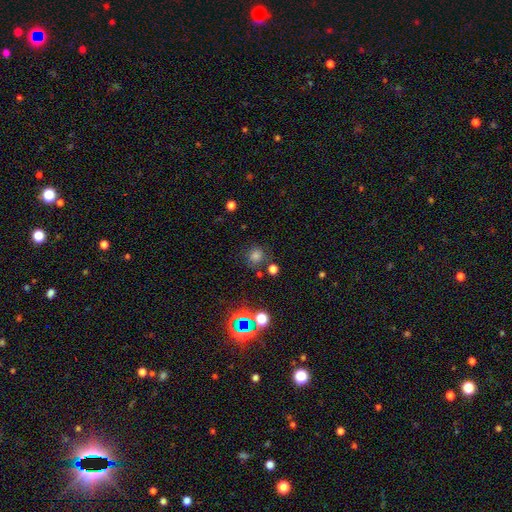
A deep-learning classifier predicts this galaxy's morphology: type=smooth (67%); roundness=round (84%); merging=none (76%).